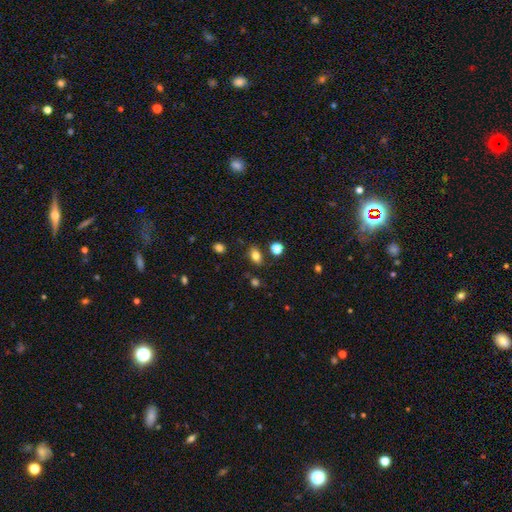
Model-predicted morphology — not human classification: The model was most divided on "how rounded": in between: 76%, round: 22%, cigar-shaped: 2%. More confident: merging — none (81%); smooth or featured — smooth (80%).